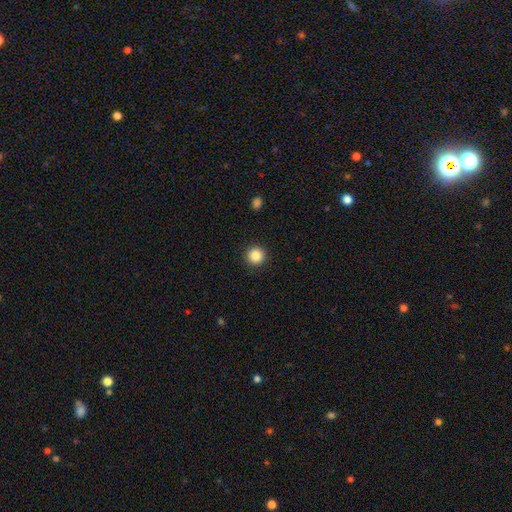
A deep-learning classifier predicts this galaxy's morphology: Q: Smooth or featured?
A: smooth (86%); runner-up: star or artifact (10%)
Q: How rounded?
A: round (96%); runner-up: in between (3%)
Q: Merging?
A: none (93%); runner-up: minor disturbance (5%)